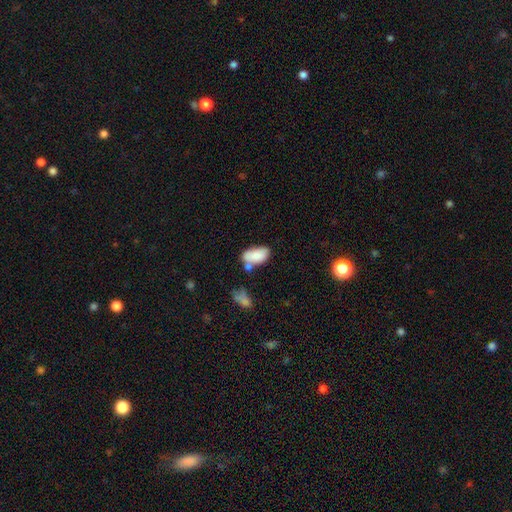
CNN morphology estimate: type=smooth (80%); roundness=in between (94%); merging=none (44%).